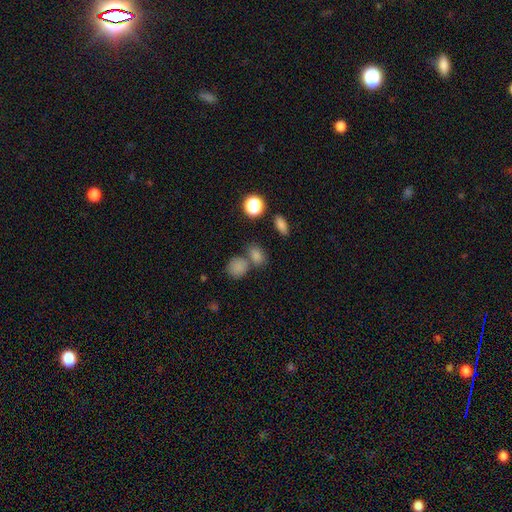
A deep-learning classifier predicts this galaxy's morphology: type=smooth (77%); roundness=in between (53%); merging=none (55%).